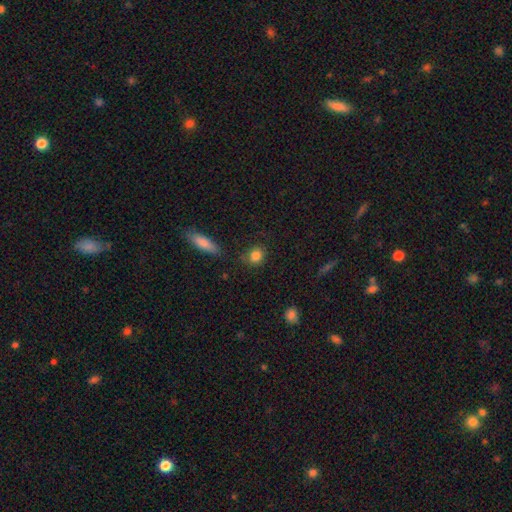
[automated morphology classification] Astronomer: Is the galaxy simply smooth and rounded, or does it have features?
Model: smooth — 85%.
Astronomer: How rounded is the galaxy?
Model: round — 75%.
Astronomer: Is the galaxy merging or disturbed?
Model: none — 79%.